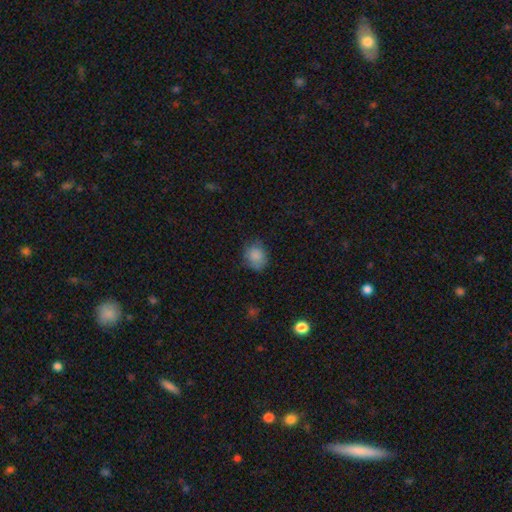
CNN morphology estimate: A smooth galaxy with no disk features (84%) that is round (62%). Merging: none (70%).